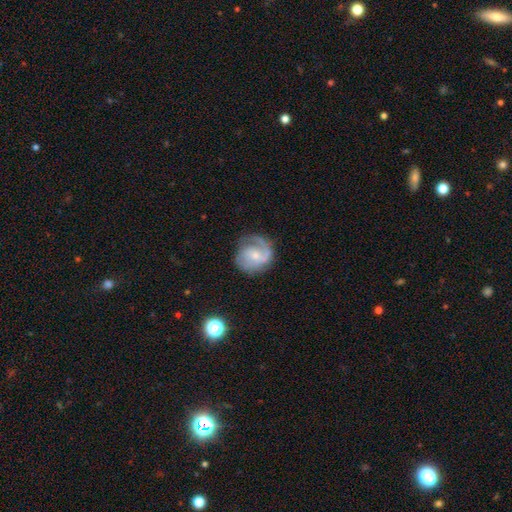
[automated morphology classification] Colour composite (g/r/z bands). It shows a featured or disk galaxy (72%) with no bar (54%), 2 (48%) medium (44%) spiral arms (92%) and a small central bulge (58%). Merging: none (65%).